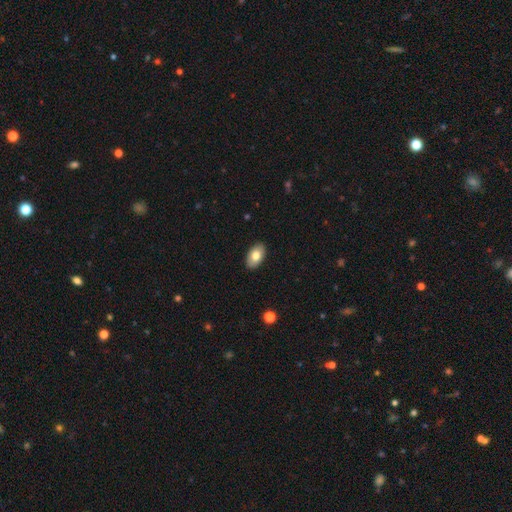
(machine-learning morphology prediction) type=smooth (76%); roundness=in between (94%); merging=none (89%).